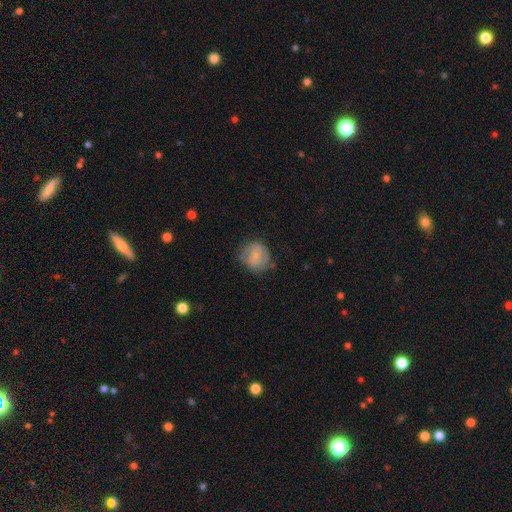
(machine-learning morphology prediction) The model was most divided on "smooth or featured": smooth: 57%, featured or disk: 35%, star or artifact: 8%. More confident: how rounded — round (81%); merging — none (63%).